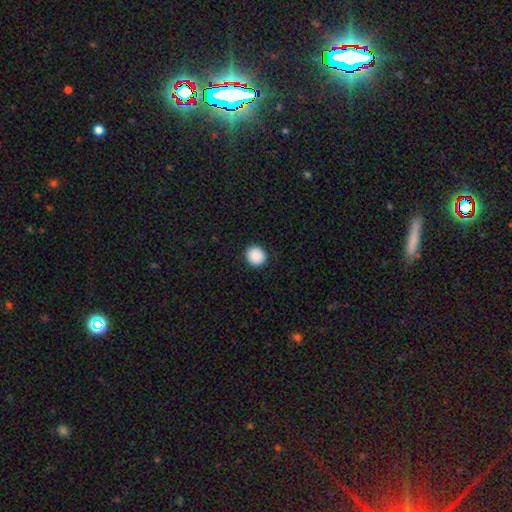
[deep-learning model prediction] A smooth galaxy with no disk features (90%) that is round (84%).

Vote fractions:
- Smooth or featured? smooth: 90% / star or artifact: 8% / featured or disk: 2%
- How rounded? round: 84% / in between: 15% / cigar-shaped: 1%
- Merging? none: 92% / minor disturbance: 6% / major disturbance: 2% / merger: 1%